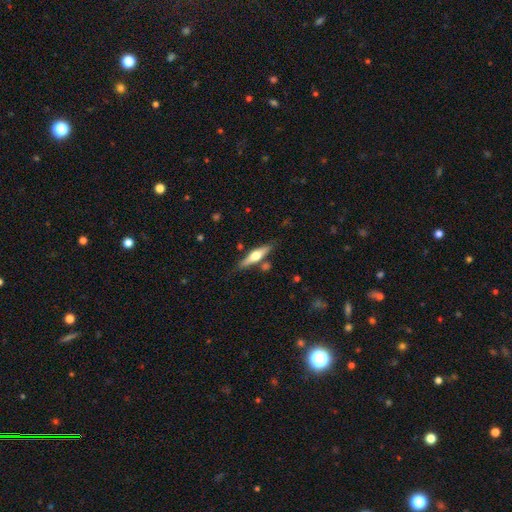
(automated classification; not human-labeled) A featured or disk galaxy (57%) viewed edge-on (94%) with a rounded central bulge (93%).

Vote fractions:
- Smooth or featured? featured or disk: 57% / smooth: 37% / star or artifact: 6%
- Edge-on disk? yes: 94% / no: 6%
- Edge-on bulge? rounded: 93% / boxy: 4% / none: 3%
- Merging? none: 79% / minor disturbance: 12% / merger: 7% / major disturbance: 3%